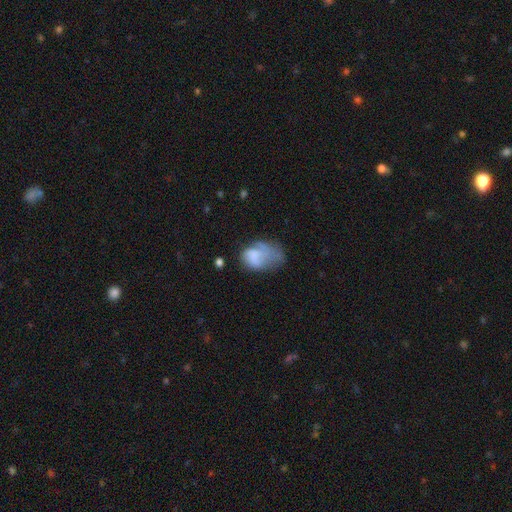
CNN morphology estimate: This is likely a smooth galaxy (63%). How rounded: clearly in between (81%). Merging: possibly major disturbance (45%).